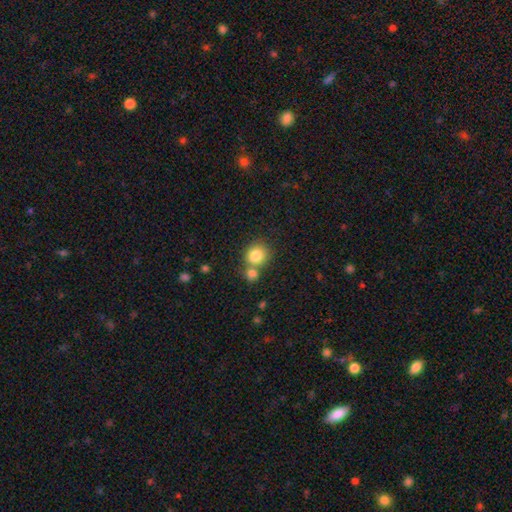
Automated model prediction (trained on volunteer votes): Smooth or featured? smooth (82%)
How rounded? round (86%)
Merging? none (55%)